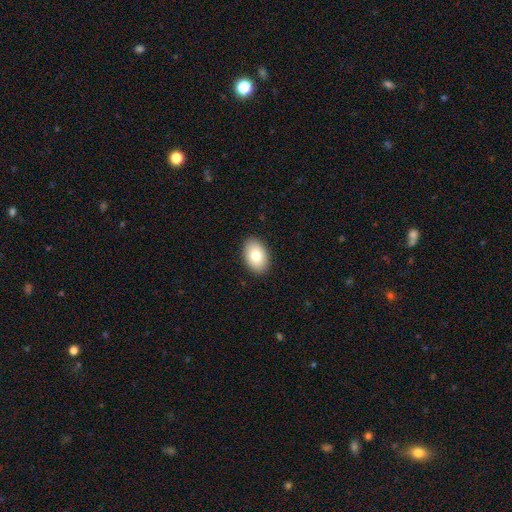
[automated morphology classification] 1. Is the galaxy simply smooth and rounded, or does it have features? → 81% smooth, 12% featured or disk, 7% star or artifact.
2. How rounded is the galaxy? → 89% in between, 10% round, 1% cigar-shaped.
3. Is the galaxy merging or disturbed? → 90% none, 8% minor disturbance, 2% major disturbance, 1% merger.